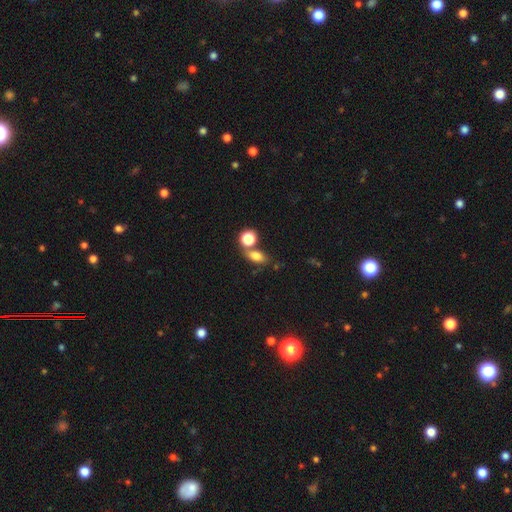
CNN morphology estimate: Smooth or featured?
  - smooth: 76% *
  - star or artifact: 13%
  - featured or disk: 11%
How rounded?
  - in between: 73% *
  - round: 22%
  - cigar-shaped: 5%
Merging?
  - none: 51% *
  - merger: 30%
  - minor disturbance: 13%
  - major disturbance: 6%